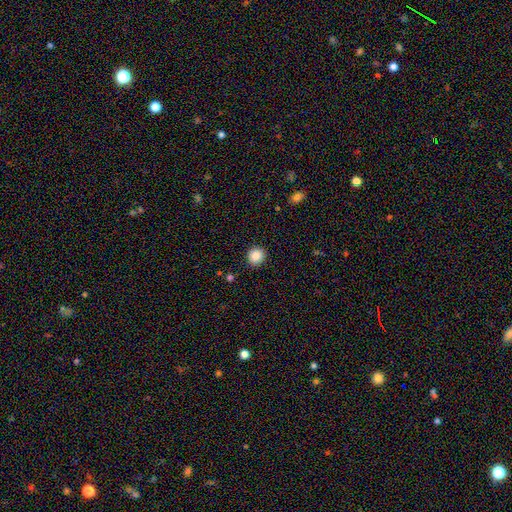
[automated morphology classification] This appears to be a smooth galaxy with no disk features (88%) that is round (92%). Merging: none (91%).